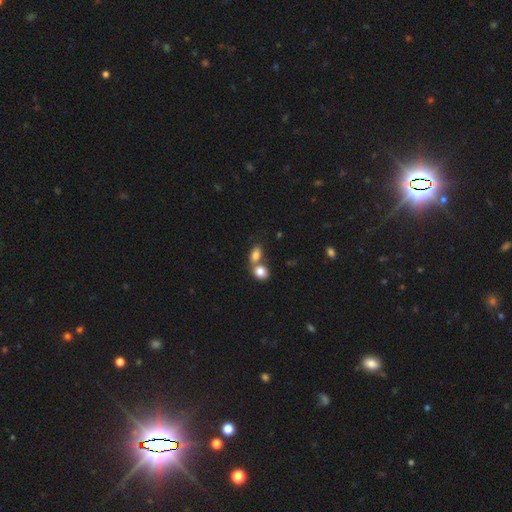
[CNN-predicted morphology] type=smooth (82%); roundness=in between (75%); merging=merger (55%).